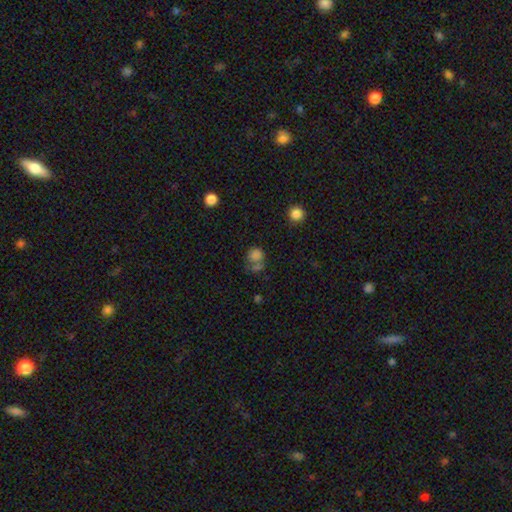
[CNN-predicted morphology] This is likely a smooth galaxy (73%). How rounded: likely round (78%). Merging: possibly none (45%).